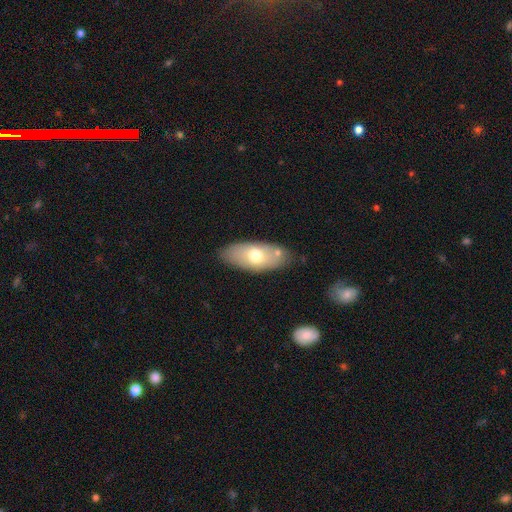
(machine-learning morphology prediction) type=smooth (65%); roundness=in between (89%); merging=none (77%).